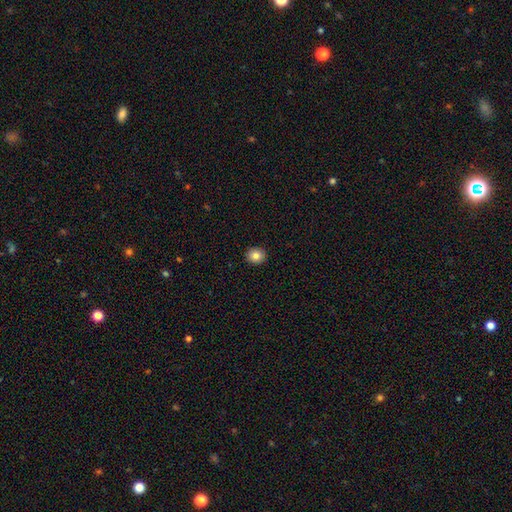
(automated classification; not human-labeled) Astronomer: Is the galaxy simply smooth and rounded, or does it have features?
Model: smooth — 84%.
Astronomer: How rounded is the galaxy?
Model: round — 77%.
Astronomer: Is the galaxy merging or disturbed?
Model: none — 92%.